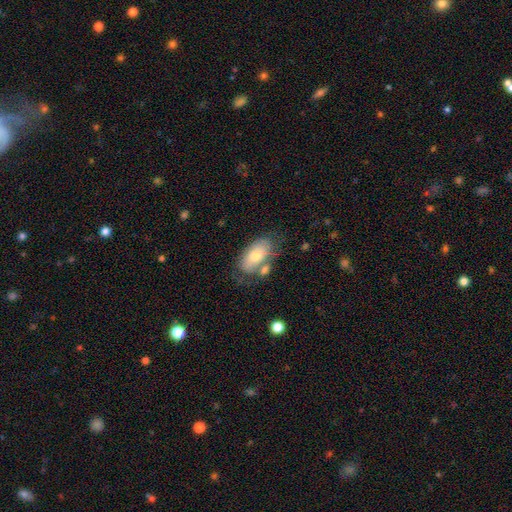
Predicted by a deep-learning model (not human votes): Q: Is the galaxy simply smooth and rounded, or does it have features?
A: smooth — 66%.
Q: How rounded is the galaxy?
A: in between — 93%.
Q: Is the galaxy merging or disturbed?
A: none — 54%.